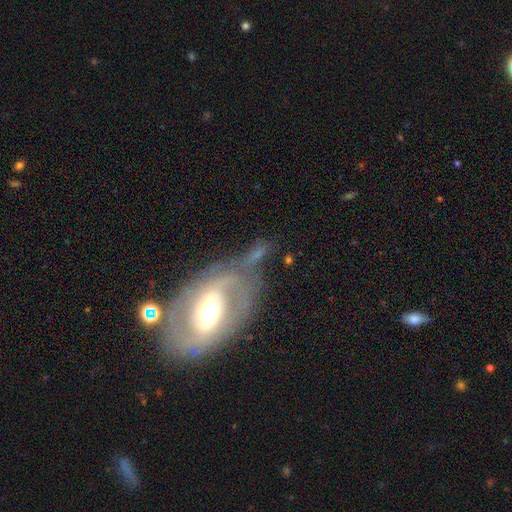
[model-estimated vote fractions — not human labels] Smooth or featured?
  - featured or disk: 68% *
  - smooth: 22%
  - star or artifact: 10%
Edge-on disk?
  - no: 91% *
  - yes: 9%
Bar?
  - no: 46% *
  - weak: 33%
  - strong: 22%
Spiral arms?
  - yes: 71% *
  - no: 29%
Bulge size?
  - moderate: 61% *
  - large: 23%
  - small: 10%
  - dominant: 4%
  - none: 2%
Merging?
  - none: 41% *
  - major disturbance: 26%
  - minor disturbance: 20%
  - merger: 14%